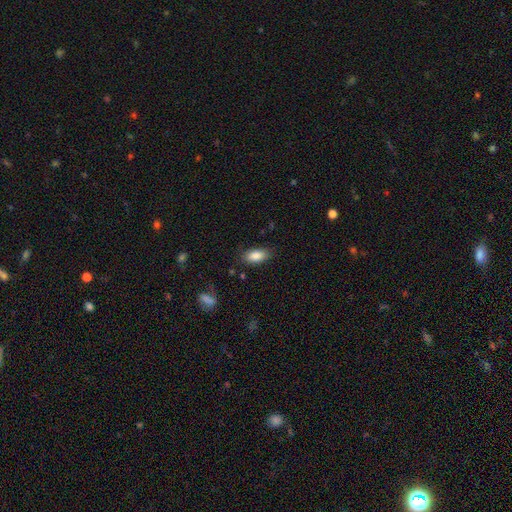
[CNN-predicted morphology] Smooth or featured? Predicted: smooth (p=0.87). How rounded? Predicted: in between (p=0.90). Merging? Predicted: none (p=0.82).